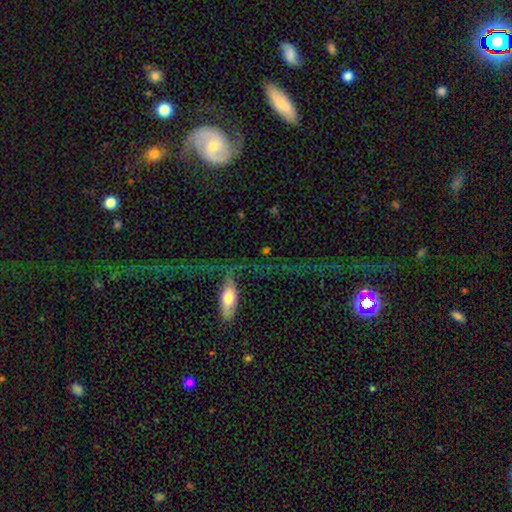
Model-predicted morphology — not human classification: This appears to be a featured or disk galaxy (64%) viewed edge-on (53%). Merging: none (44%).